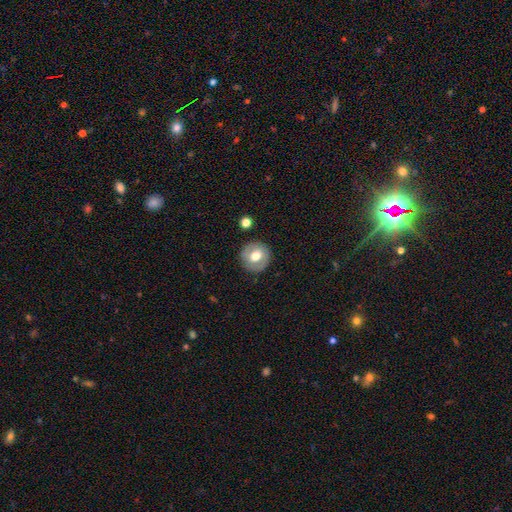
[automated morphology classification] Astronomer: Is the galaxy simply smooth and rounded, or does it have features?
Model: smooth — 59%.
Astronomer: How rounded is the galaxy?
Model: round — 91%.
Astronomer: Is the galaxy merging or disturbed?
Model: none — 87%.